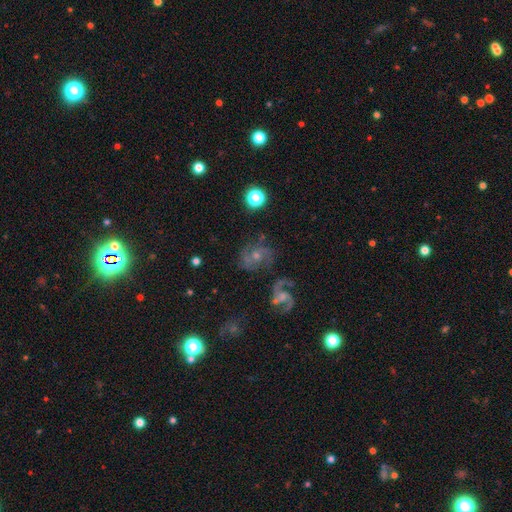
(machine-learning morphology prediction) This is likely a featured or disk galaxy (70%). It is clearly not viewed edge-on (97%). Bar: likely no (60%). Spiral arm pattern: clearly yes (92%). Spiral arm count: likely 2 (65%). Spiral winding: possibly medium (51%). Central bulge: possibly small (51%). Merging: likely none (60%).